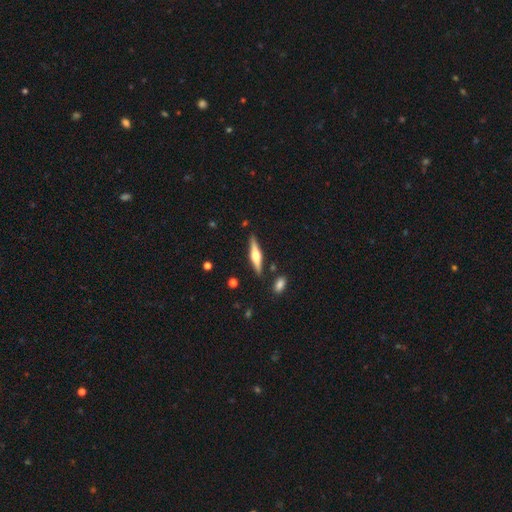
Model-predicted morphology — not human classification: Overall: featured or disk (64%; smooth 30%). Edge-on disk: yes (97%). Edge-on bulge: rounded (90%). Merging: none (86%).